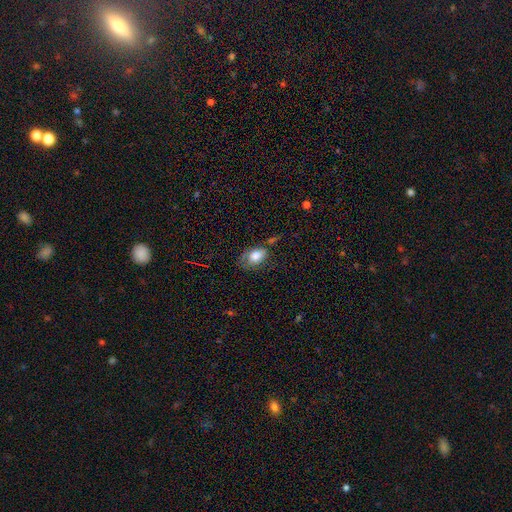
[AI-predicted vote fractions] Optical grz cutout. It shows a smooth galaxy with no disk features (76%) that is in between round and cigar-shaped (85%). Merging: none (43%).